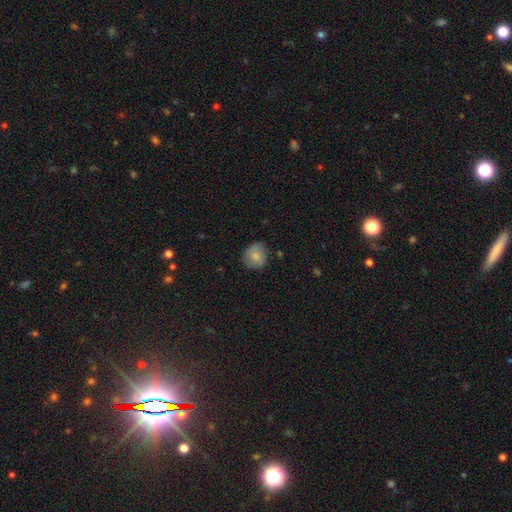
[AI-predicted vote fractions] Overall: smooth (80%). How rounded: round (80%). Merging: none (73%).